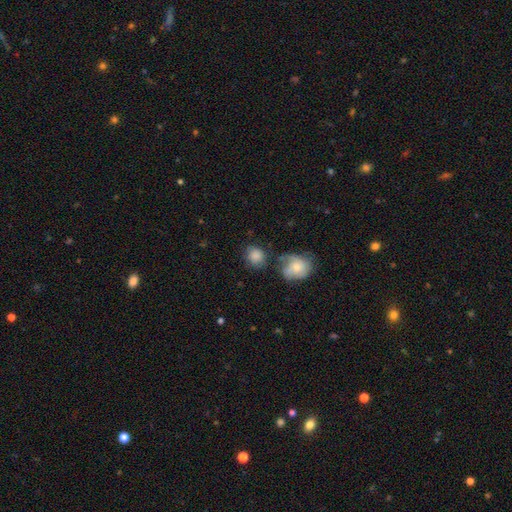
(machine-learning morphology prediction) smooth-or-featured: smooth: 80% | featured or disk: 12% | star or artifact: 8%
  how-rounded: round: 74% | in between: 25% | cigar-shaped: 1%
  merging: none: 56% | minor disturbance: 18% | merger: 16% | major disturbance: 9%